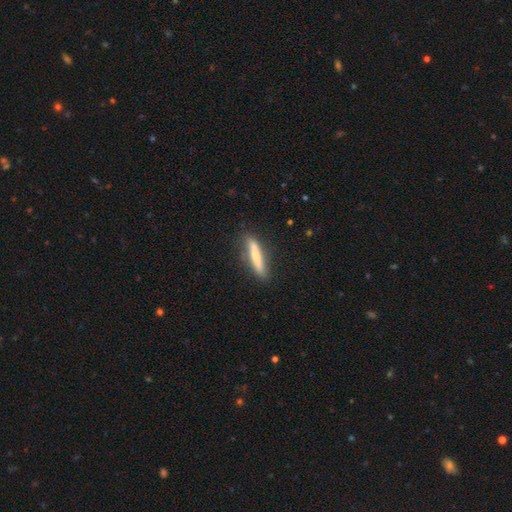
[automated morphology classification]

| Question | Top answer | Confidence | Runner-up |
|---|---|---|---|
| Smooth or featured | smooth | 70% | featured or disk (24%) |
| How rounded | cigar-shaped | 91% | in between (8%) |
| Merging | none | 83% | minor disturbance (12%) |